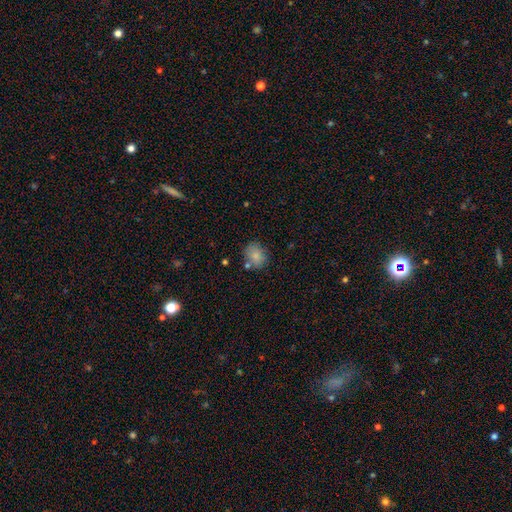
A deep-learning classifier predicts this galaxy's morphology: Smooth or featured?
  - smooth: 81% *
  - featured or disk: 10%
  - star or artifact: 9%
How rounded?
  - round: 57% *
  - in between: 42%
  - cigar-shaped: 1%
Merging?
  - none: 70% *
  - minor disturbance: 17%
  - merger: 9%
  - major disturbance: 5%